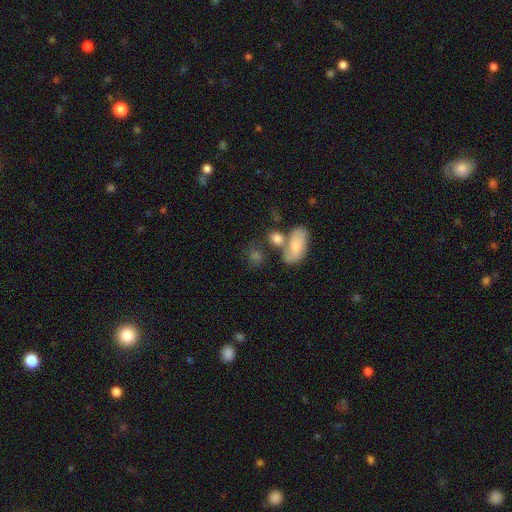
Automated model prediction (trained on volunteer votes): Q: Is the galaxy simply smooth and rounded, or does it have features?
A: smooth — 67%.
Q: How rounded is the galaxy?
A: in between — 55%.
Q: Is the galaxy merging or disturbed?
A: none — 48%.